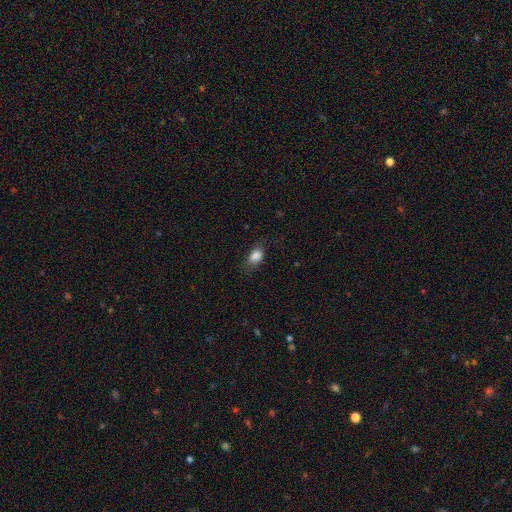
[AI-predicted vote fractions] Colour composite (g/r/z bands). It shows a smooth galaxy with no disk features (85%) that is in between round and cigar-shaped (82%). Merging: none (71%).